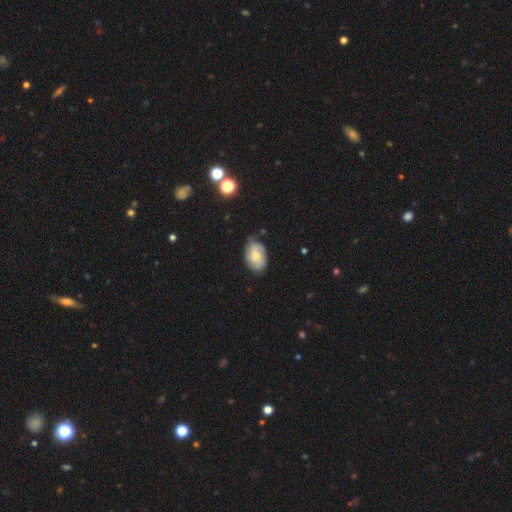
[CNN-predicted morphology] Q: Smooth or featured?
A: featured or disk (52%); runner-up: smooth (40%)
Q: Edge-on disk?
A: no (96%); runner-up: yes (4%)
Q: Bar?
A: no (74%); runner-up: weak (23%)
Q: Spiral arms?
A: yes (84%); runner-up: no (16%)
Q: Bulge size?
A: moderate (55%); runner-up: small (39%)
Q: Merging?
A: none (68%); runner-up: minor disturbance (25%)